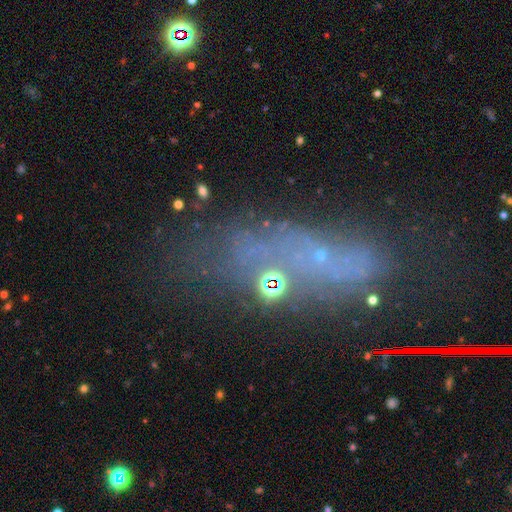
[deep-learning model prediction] Smooth or featured? Predicted: featured or disk (p=0.38). Merging? Predicted: none (p=0.49).